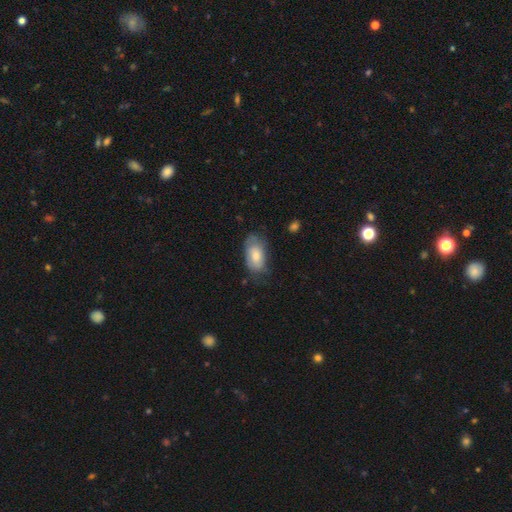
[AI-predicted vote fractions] Smooth or featured? smooth (71%)
How rounded? in between (93%)
Merging? none (57%)